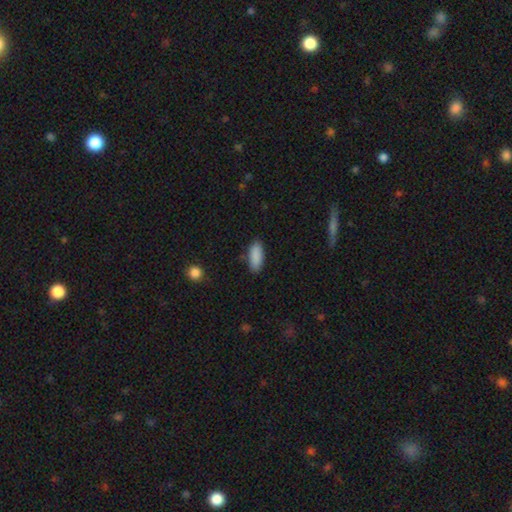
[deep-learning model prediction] smooth_or_featured: smooth (p=0.89) [alt: star or artifact p=0.07]
how_rounded: in between (p=0.82) [alt: cigar-shaped p=0.16]
merging: none (p=0.84) [alt: minor disturbance p=0.11]